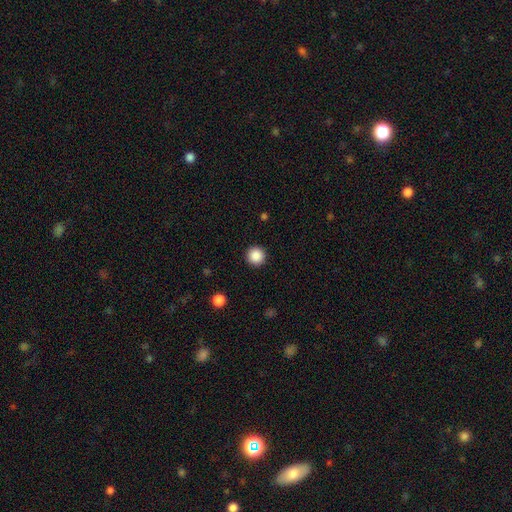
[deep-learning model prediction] The model was most divided on "smooth or featured": smooth: 88%, star or artifact: 10%, featured or disk: 3%. More confident: how rounded — round (96%); merging — none (93%).